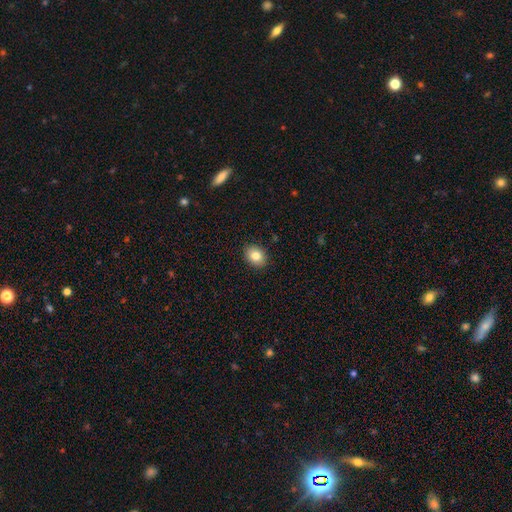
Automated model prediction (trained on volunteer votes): Smooth or featured? Predicted: smooth (p=0.82). How rounded? Predicted: in between (p=0.52). Merging? Predicted: none (p=0.90).